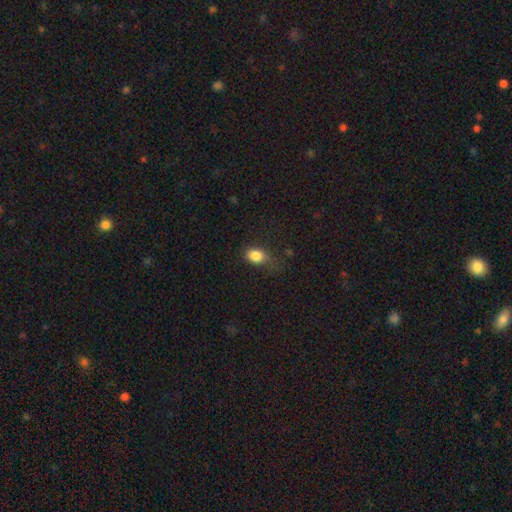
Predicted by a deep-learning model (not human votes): A smooth galaxy with no disk features (84%) that is in between round and cigar-shaped (66%). Merging: none (55%).